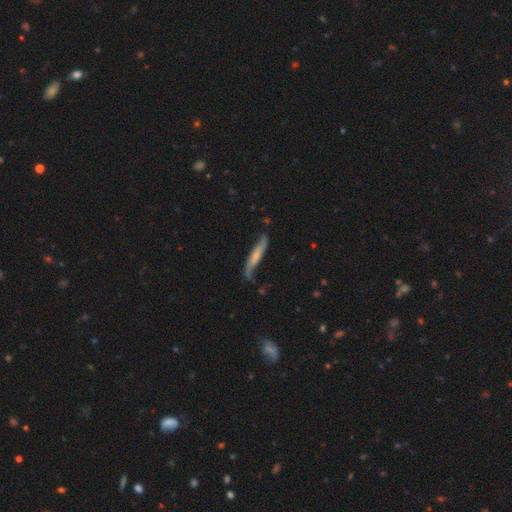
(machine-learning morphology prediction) type=featured or disk (52%); edge-on=yes (58%); merging=none (56%).